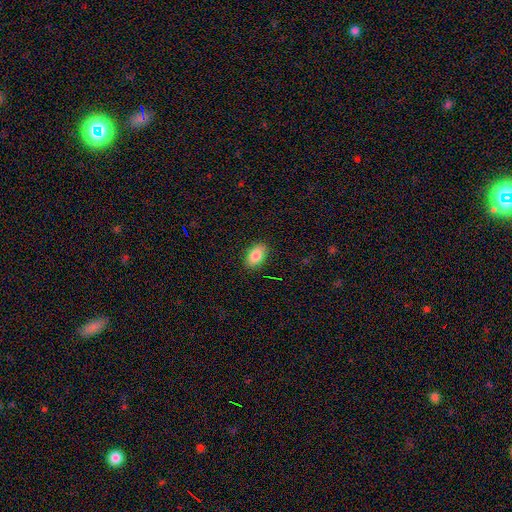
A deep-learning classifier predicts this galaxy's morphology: smooth 85%, featured or disk 8%, star or artifact 8%. Down the decision tree: how rounded — in between (91%); merging — none (87%).